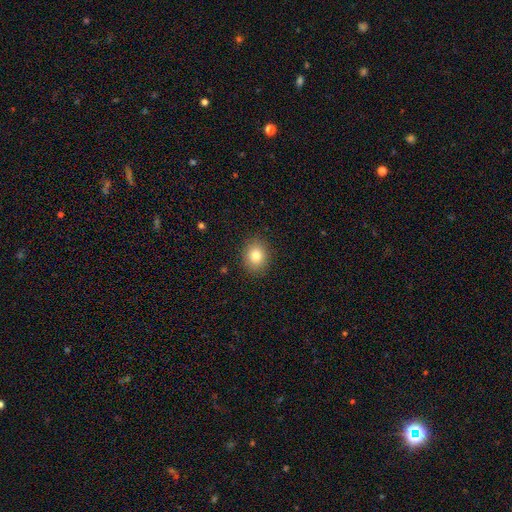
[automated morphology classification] Smooth or featured? Predicted: smooth (p=0.81). How rounded? Predicted: round (p=0.58). Merging? Predicted: none (p=0.89).